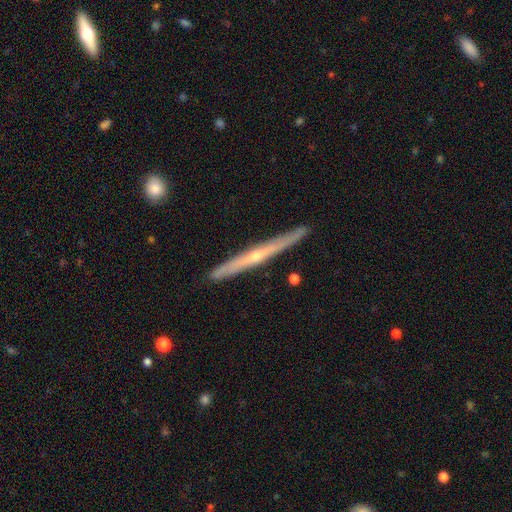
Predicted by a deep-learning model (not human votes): This is likely a featured or disk galaxy (76%). It is clearly viewed edge-on (97%). Edge-on bulge: likely rounded (74%). Merging: clearly none (91%).